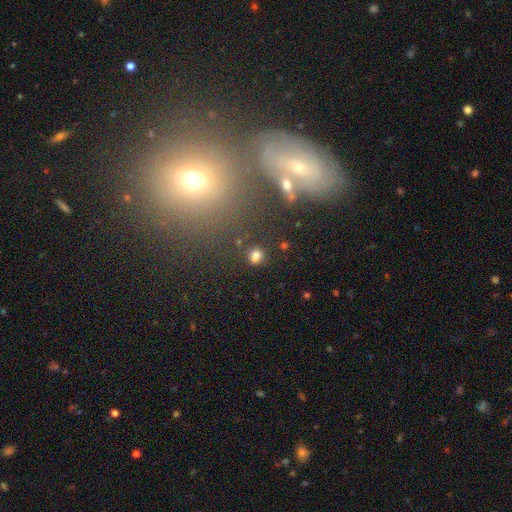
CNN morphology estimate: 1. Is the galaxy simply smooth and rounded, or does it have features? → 79% smooth, 15% star or artifact, 6% featured or disk.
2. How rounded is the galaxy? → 87% round, 12% in between, 1% cigar-shaped.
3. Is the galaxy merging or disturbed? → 83% none, 8% minor disturbance, 5% merger, 4% major disturbance.